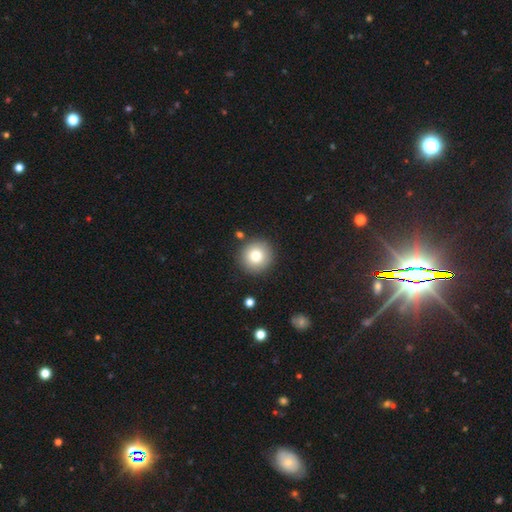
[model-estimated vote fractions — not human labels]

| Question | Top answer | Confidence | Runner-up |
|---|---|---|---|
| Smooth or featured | smooth | 81% | star or artifact (10%) |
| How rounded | round | 94% | in between (5%) |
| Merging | none | 89% | minor disturbance (7%) |